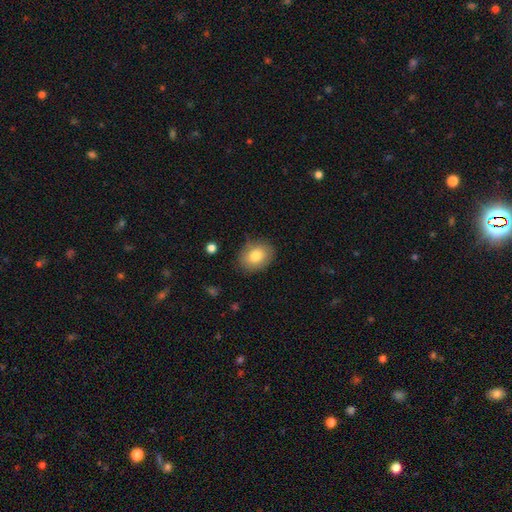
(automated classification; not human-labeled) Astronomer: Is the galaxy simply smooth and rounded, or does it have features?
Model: smooth — 81%.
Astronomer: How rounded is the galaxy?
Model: in between — 57% (runner-up: round, 42%).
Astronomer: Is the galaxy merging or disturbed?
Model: none — 84%.